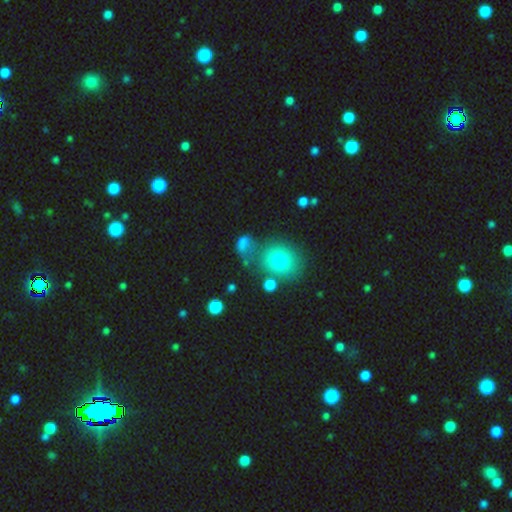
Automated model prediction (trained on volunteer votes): A smooth galaxy with no disk features (64%) that is round (69%). Merging: none (68%).